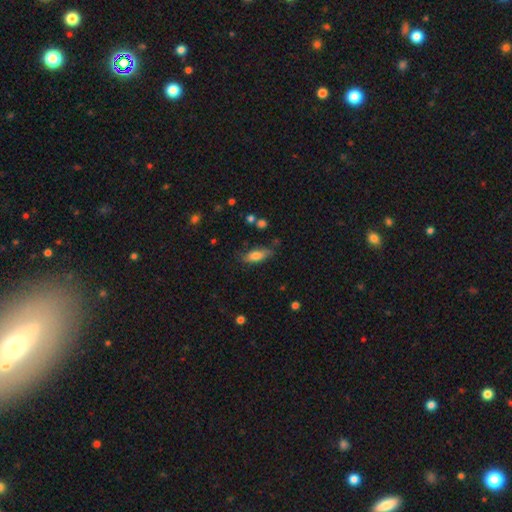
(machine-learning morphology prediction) Smooth or featured: smooth — 75% (featured or disk — 17%)
How rounded: in between — 67% (cigar-shaped — 30%)
Merging: none — 71% (minor disturbance — 21%)